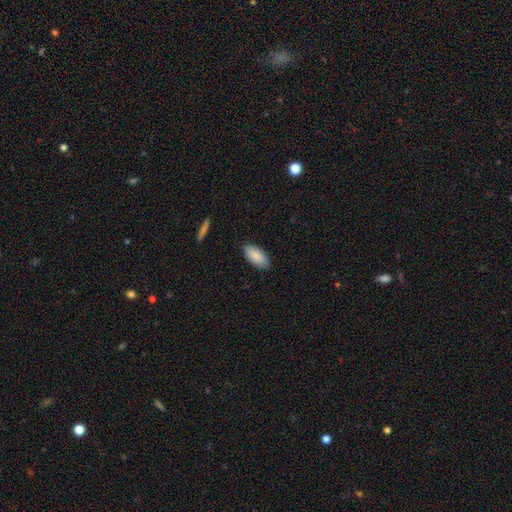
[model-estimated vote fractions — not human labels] Morphology: type=smooth (86%); roundness=in between (92%); merging=none (86%).